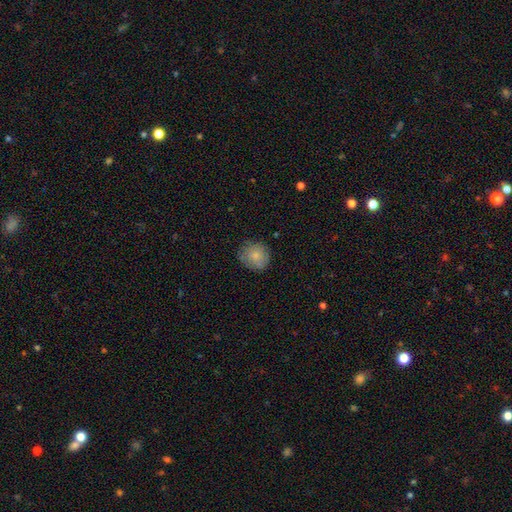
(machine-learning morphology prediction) Overall: smooth (81%). How rounded: round (84%). Merging: none (80%).